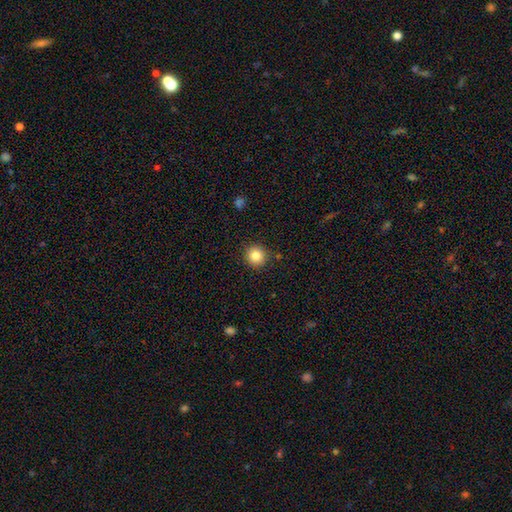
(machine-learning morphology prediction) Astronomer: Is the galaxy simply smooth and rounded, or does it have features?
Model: smooth — 84%.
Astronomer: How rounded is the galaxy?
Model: round — 94%.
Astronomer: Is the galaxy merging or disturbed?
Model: none — 91%.